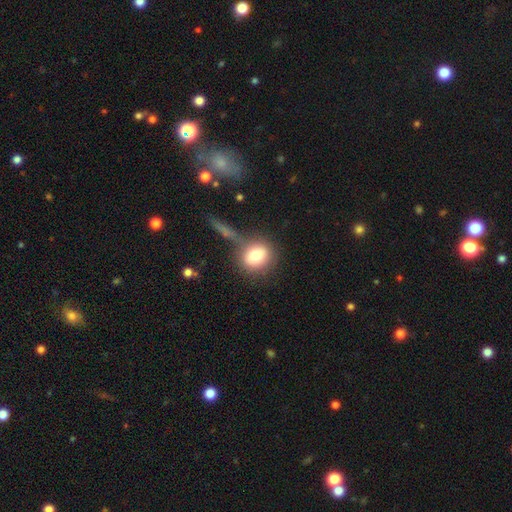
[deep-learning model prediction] smooth_or_featured: smooth (p=0.80) [alt: featured or disk p=0.11]
how_rounded: round (p=0.70) [alt: in between p=0.28]
merging: none (p=0.65) [alt: minor disturbance p=0.14]